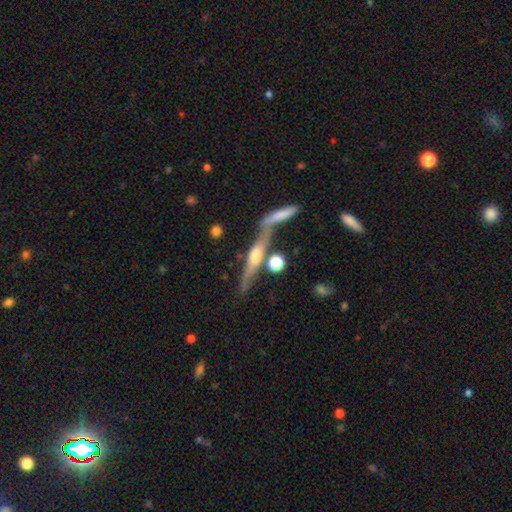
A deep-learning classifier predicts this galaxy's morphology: The model was most divided on "merging": none: 57%, merger: 24%, minor disturbance: 13%, major disturbance: 5%. More confident: edge-on disk — yes (91%); edge-on bulge — rounded (84%); smooth or featured — featured or disk (70%).